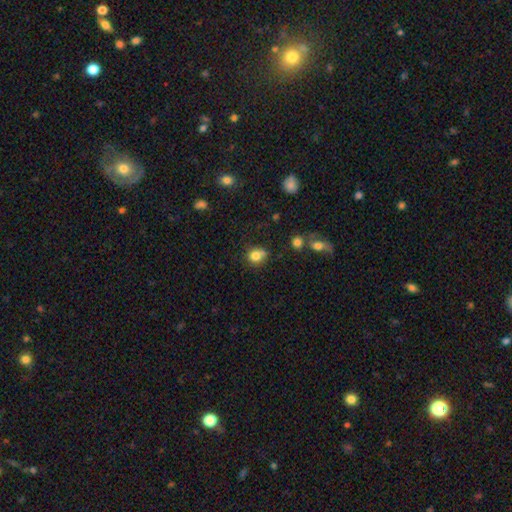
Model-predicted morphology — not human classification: A smooth galaxy with no disk features (80%) that is round (69%). Merging: none (55%).